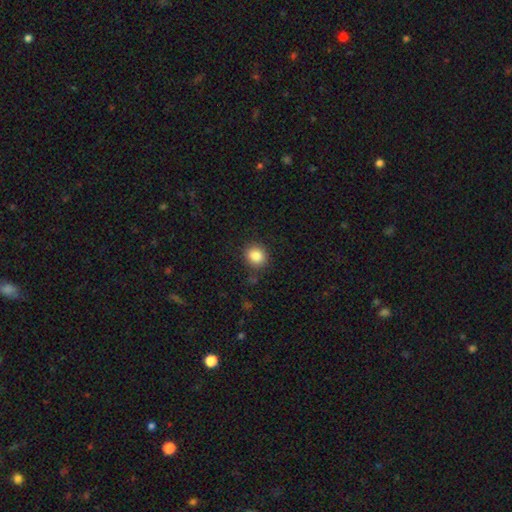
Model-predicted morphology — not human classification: A smooth galaxy with no disk features (86%) that is round (79%).

Vote fractions:
- Smooth or featured? smooth: 86% / star or artifact: 10% / featured or disk: 5%
- How rounded? round: 79% / in between: 20% / cigar-shaped: 1%
- Merging? none: 84% / minor disturbance: 11% / major disturbance: 3% / merger: 2%